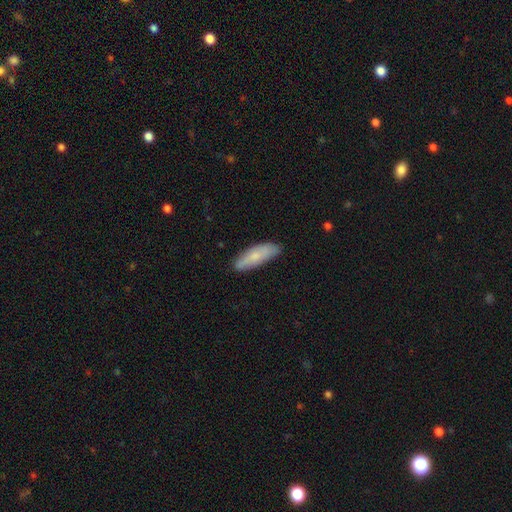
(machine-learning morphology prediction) Smooth or featured: smooth — 72% (featured or disk — 22%)
How rounded: in between — 51% (cigar-shaped — 47%)
Merging: none — 81% (minor disturbance — 15%)